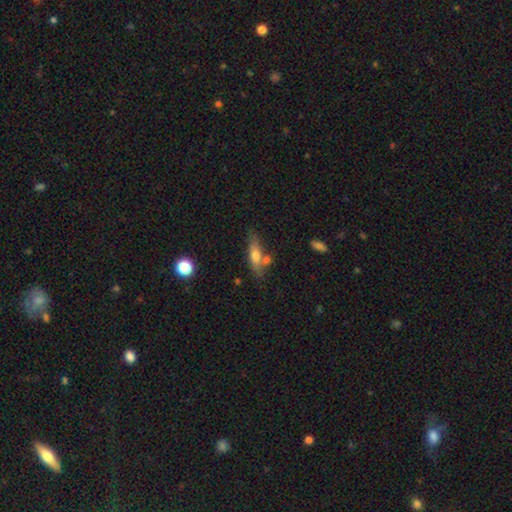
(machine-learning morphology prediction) smooth 60%, featured or disk 32%, star or artifact 8%. Down the decision tree: how rounded — cigar-shaped (49%); merging — none (61%).